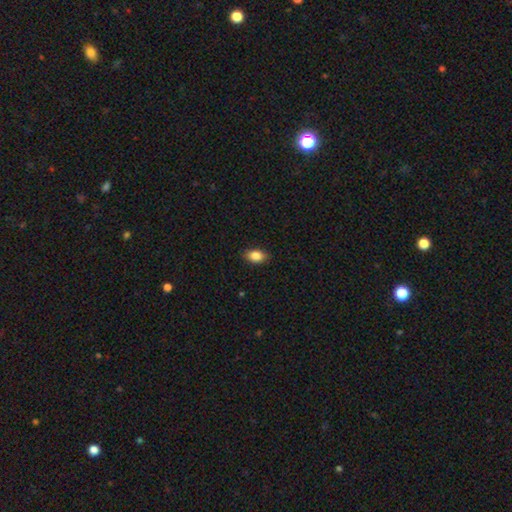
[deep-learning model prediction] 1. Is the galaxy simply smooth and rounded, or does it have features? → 86% smooth, 8% star or artifact, 6% featured or disk.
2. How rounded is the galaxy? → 88% in between, 10% round, 2% cigar-shaped.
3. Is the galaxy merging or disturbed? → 87% none, 10% minor disturbance, 2% major disturbance, 1% merger.